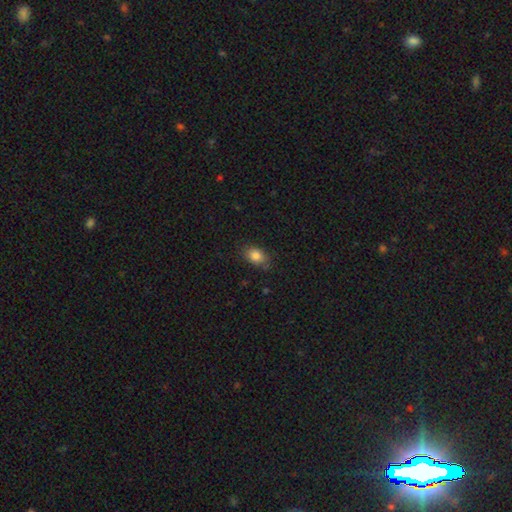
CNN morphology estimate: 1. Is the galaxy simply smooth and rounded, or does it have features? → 84% smooth, 9% star or artifact, 7% featured or disk.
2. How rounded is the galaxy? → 75% in between, 24% round, 2% cigar-shaped.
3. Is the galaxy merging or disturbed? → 79% none, 16% minor disturbance, 4% major disturbance, 2% merger.